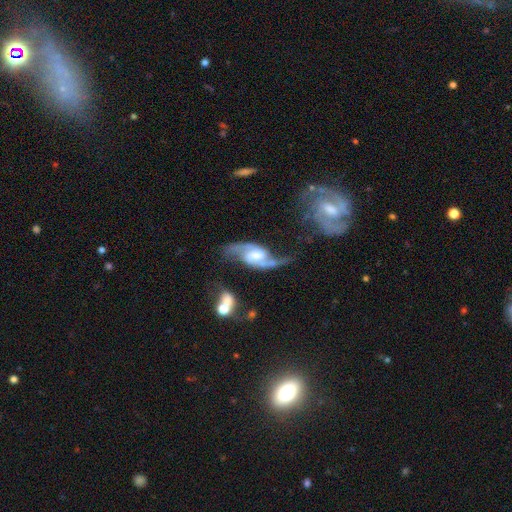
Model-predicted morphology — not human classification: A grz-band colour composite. It shows a featured or disk galaxy (91%) with a weak bar (52%), 2 (93%) loose (45%) spiral arms (98%) and a moderate central bulge (43%). Merging: none (62%).